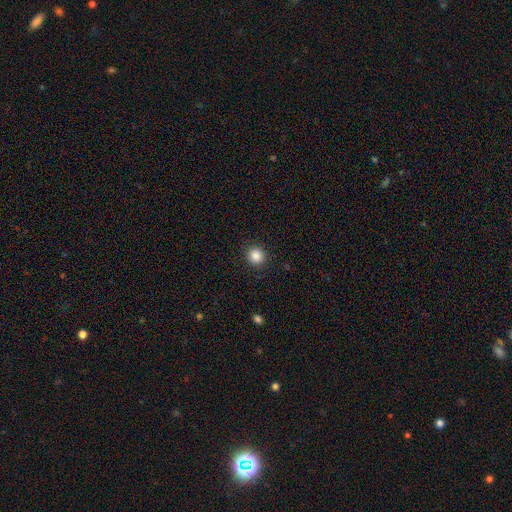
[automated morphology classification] smooth_or_featured: smooth (p=0.87) [alt: star or artifact p=0.10]
how_rounded: round (p=0.89) [alt: in between p=0.10]
merging: none (p=0.91) [alt: minor disturbance p=0.06]